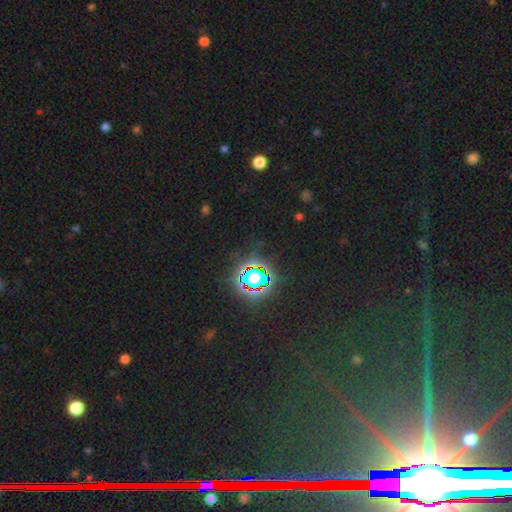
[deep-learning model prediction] This appears to be a star or artifact, not a galaxy (80%).